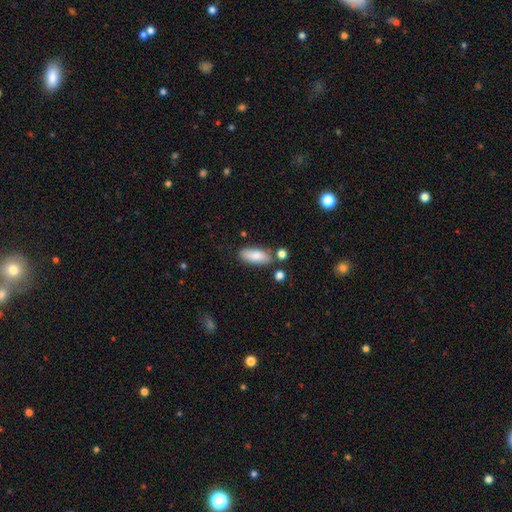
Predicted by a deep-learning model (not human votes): Smooth or featured?
  - smooth: 82% *
  - featured or disk: 11%
  - star or artifact: 7%
How rounded?
  - in between: 80% *
  - cigar-shaped: 18%
  - round: 3%
Merging?
  - none: 75% *
  - minor disturbance: 14%
  - merger: 8%
  - major disturbance: 3%